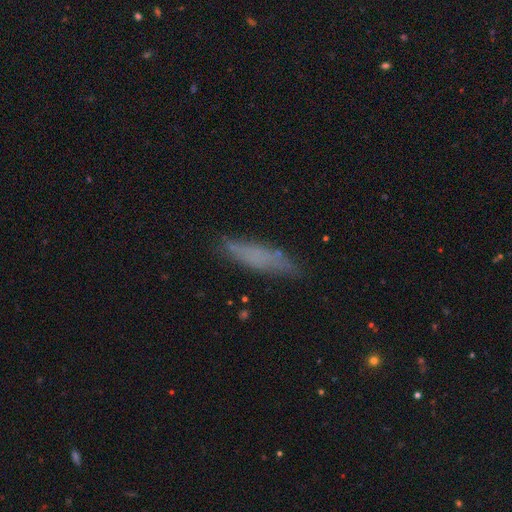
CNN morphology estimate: type=smooth (65%); roundness=cigar-shaped (78%); merging=none (77%).